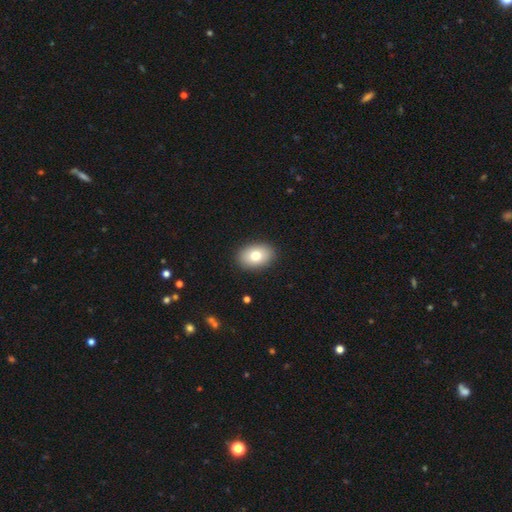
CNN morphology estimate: smooth_or_featured: smooth (p=0.77) [alt: featured or disk p=0.14]
how_rounded: in between (p=0.78) [alt: round p=0.20]
merging: none (p=0.90) [alt: minor disturbance p=0.07]